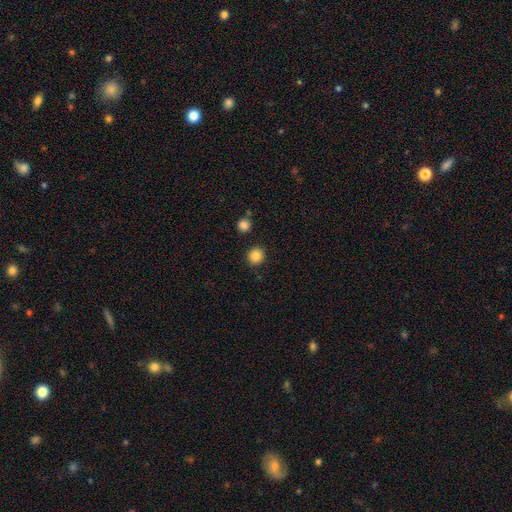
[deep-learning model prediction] Morphology: type=smooth (85%); roundness=round (93%); merging=none (90%).